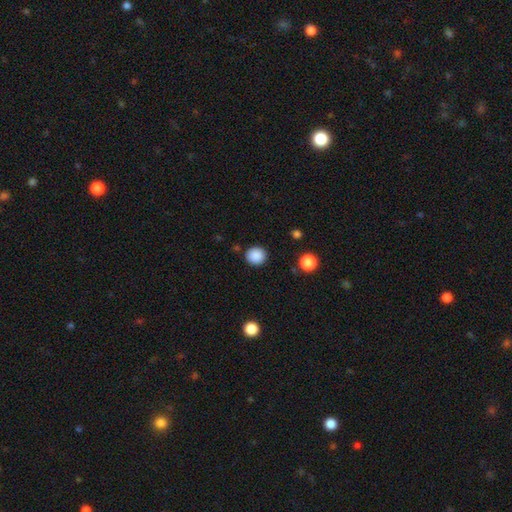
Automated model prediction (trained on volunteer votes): A smooth galaxy with no disk features (88%) that is round (89%). Merging: none (89%).